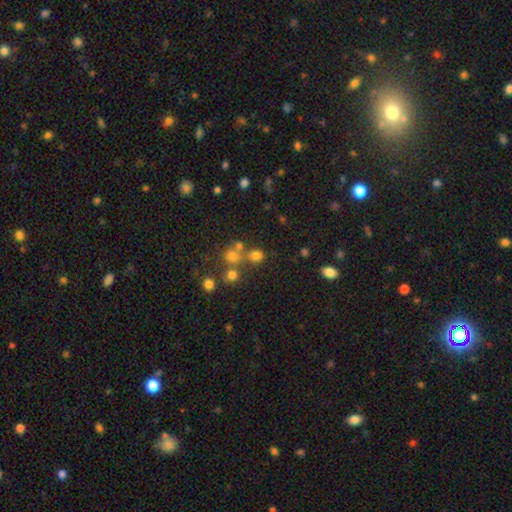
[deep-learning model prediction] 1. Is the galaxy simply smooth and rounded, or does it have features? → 71% smooth, 20% star or artifact, 8% featured or disk.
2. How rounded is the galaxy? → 79% round, 20% in between, 1% cigar-shaped.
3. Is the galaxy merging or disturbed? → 65% none, 21% merger, 9% minor disturbance, 5% major disturbance.